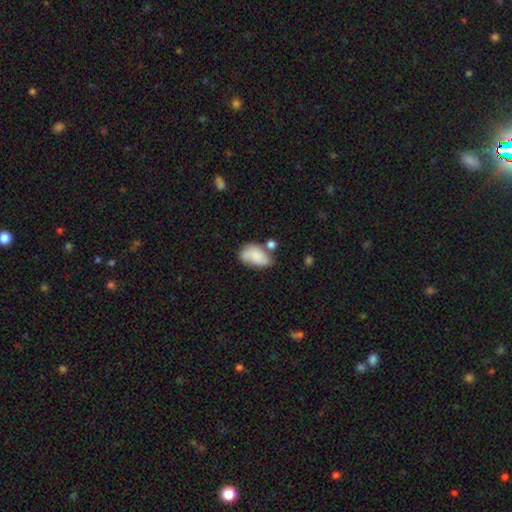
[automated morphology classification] A smooth galaxy with no disk features (74%) that is in between round and cigar-shaped (90%). Merging: none (36%).